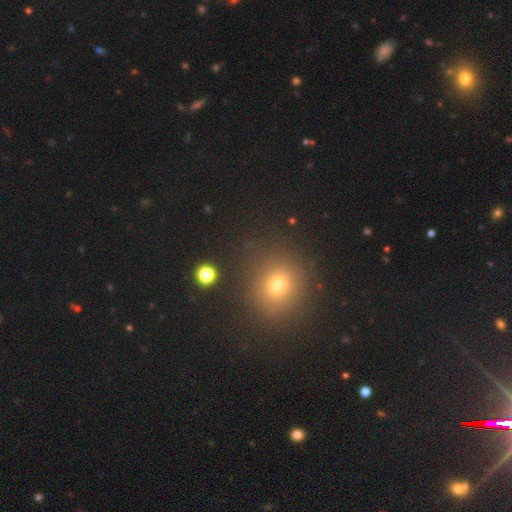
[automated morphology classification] This is possibly a smooth galaxy (57%). How rounded: clearly round (84%). Merging: clearly none (90%).